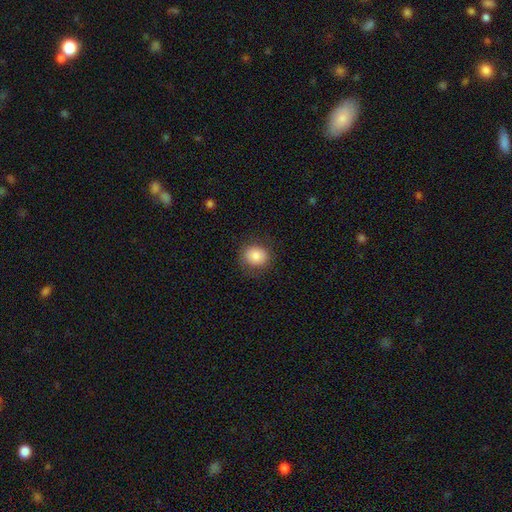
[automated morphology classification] Smooth or featured?
  - smooth: 86% *
  - star or artifact: 9%
  - featured or disk: 6%
How rounded?
  - round: 74% *
  - in between: 25%
  - cigar-shaped: 1%
Merging?
  - none: 85% *
  - minor disturbance: 10%
  - major disturbance: 4%
  - merger: 1%